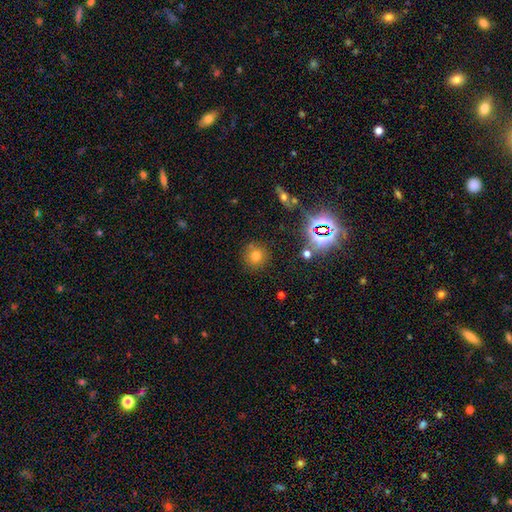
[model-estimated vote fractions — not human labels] smooth-or-featured: smooth: 70% | star or artifact: 20% | featured or disk: 10%
  how-rounded: round: 92% | in between: 7% | cigar-shaped: 1%
  merging: none: 82% | minor disturbance: 8% | merger: 7% | major disturbance: 3%